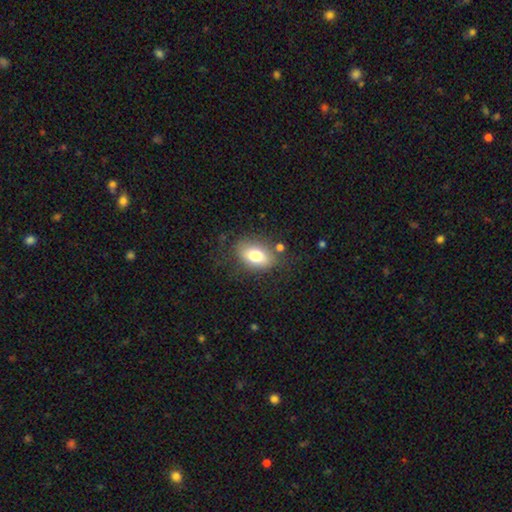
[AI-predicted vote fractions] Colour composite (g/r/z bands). It shows a smooth galaxy with no disk features (75%) that is in between round and cigar-shaped (85%). Merging: none (73%).